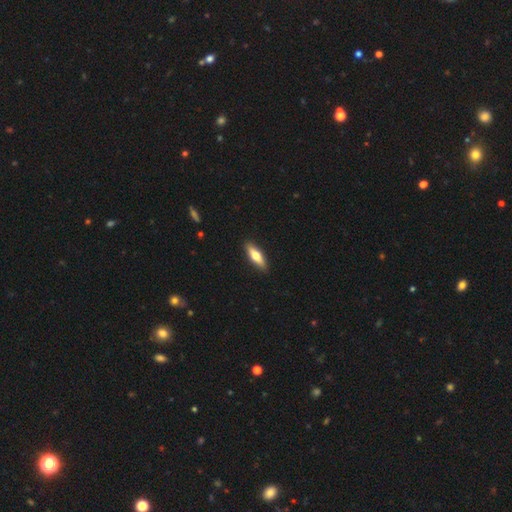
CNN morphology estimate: type=smooth (60%); roundness=cigar-shaped (55%); merging=none (90%).